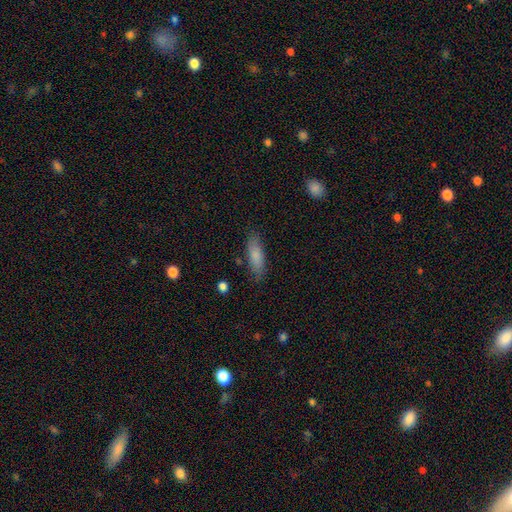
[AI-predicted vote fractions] This appears to be a smooth galaxy with no disk features (81%) that is in between round and cigar-shaped (51%). Merging: none (81%).